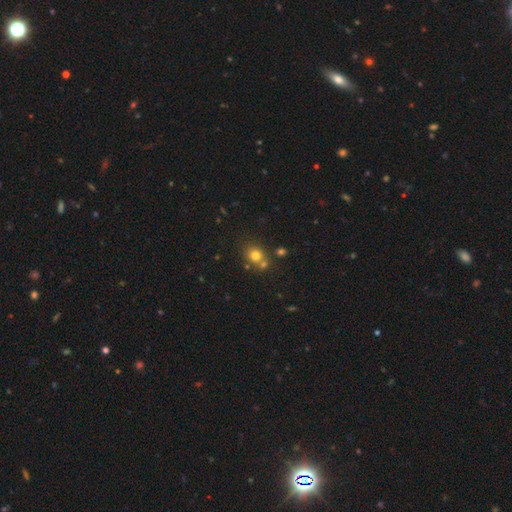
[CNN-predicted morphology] Smooth or featured: smooth — 75% (star or artifact — 15%)
How rounded: round — 73% (in between — 26%)
Merging: none — 63% (merger — 23%)